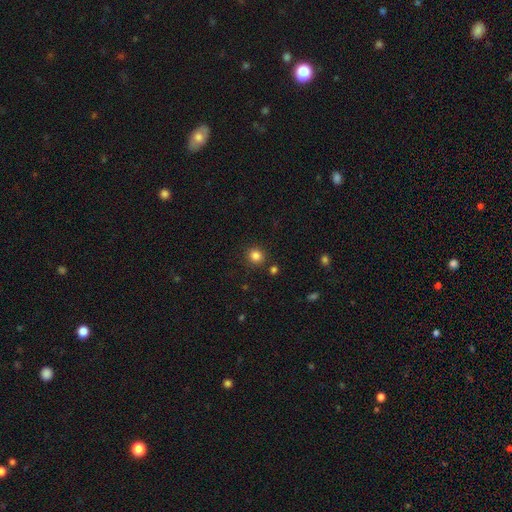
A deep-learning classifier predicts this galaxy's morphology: smooth 83%, star or artifact 13%, featured or disk 4%. Down the decision tree: how rounded — round (91%); merging — none (88%).